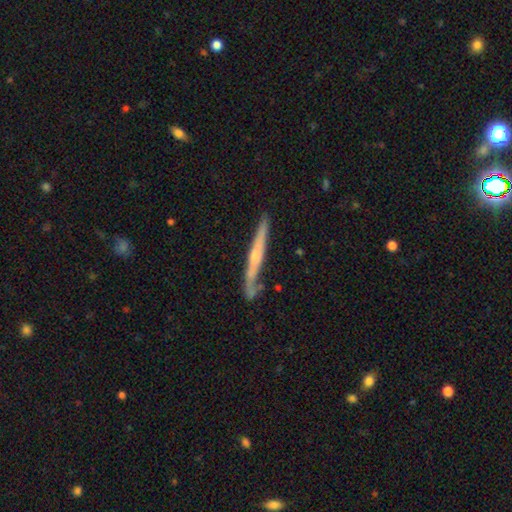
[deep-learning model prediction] A featured or disk galaxy (65%) viewed edge-on (93%) with a rounded central bulge (55%). Merging: none (70%).